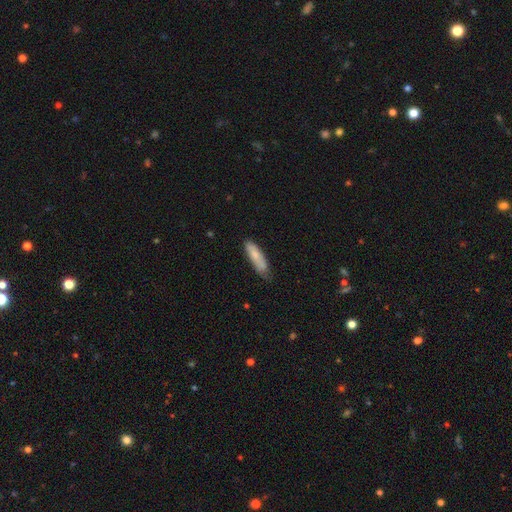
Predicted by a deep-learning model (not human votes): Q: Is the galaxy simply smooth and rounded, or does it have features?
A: smooth — 76%.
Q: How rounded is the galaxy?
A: cigar-shaped — 65%.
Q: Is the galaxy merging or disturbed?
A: none — 65%.